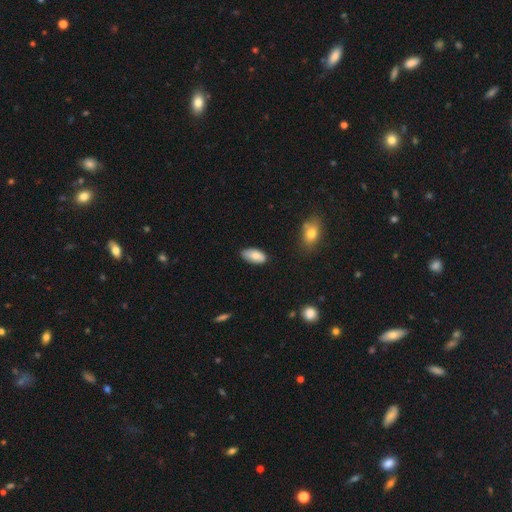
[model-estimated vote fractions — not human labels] Smooth or featured?
  - smooth: 82% *
  - featured or disk: 11%
  - star or artifact: 7%
How rounded?
  - in between: 93% *
  - cigar-shaped: 4%
  - round: 2%
Merging?
  - none: 75% *
  - minor disturbance: 20%
  - major disturbance: 3%
  - merger: 2%